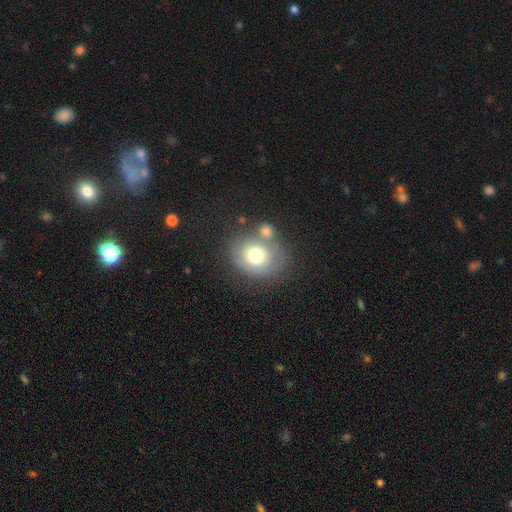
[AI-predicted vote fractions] This appears to be a smooth galaxy with no disk features (65%) that is round (58%). Merging: none (50%).